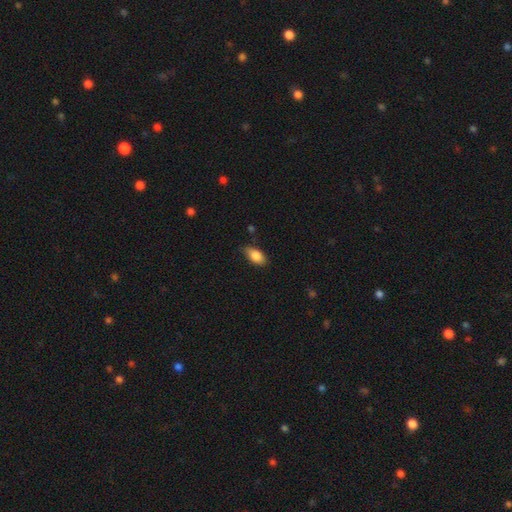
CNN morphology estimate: A smooth galaxy with no disk features (85%) that is in between round and cigar-shaped (90%). Merging: none (73%).